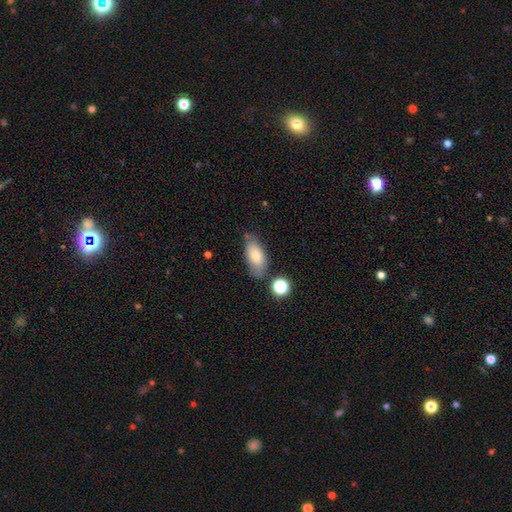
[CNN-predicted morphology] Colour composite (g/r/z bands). It shows a smooth galaxy with no disk features (77%) that is in between round and cigar-shaped (90%). Merging: none (63%).